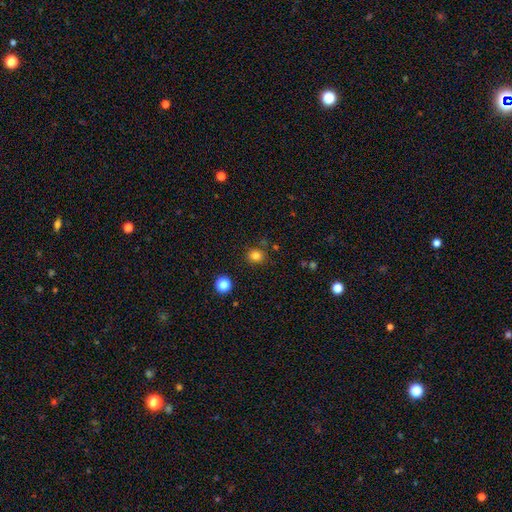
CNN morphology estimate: Smooth or featured: smooth — 81% (star or artifact — 14%)
How rounded: round — 84% (in between — 15%)
Merging: none — 81% (minor disturbance — 11%)